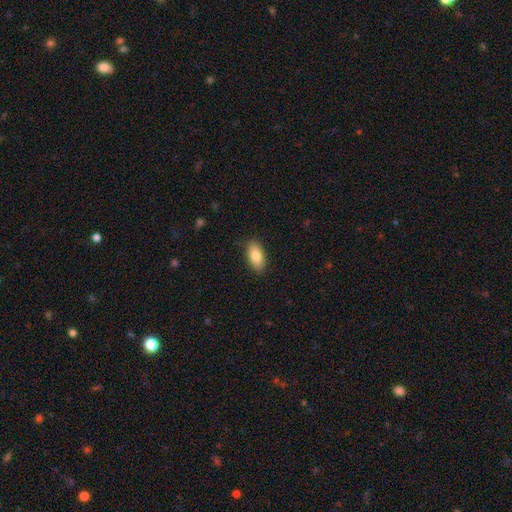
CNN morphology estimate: This is clearly a smooth galaxy (83%). How rounded: clearly in between (91%). Merging: clearly none (88%).